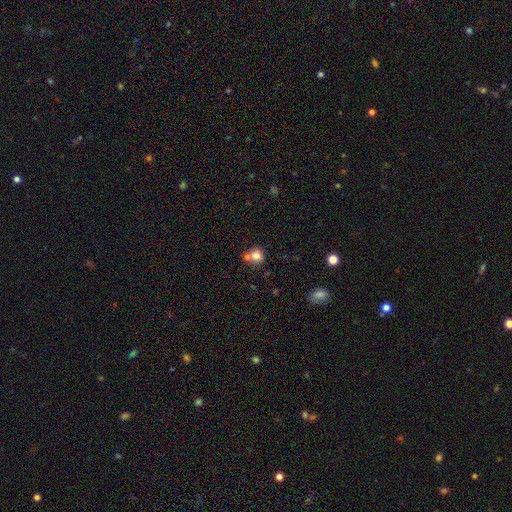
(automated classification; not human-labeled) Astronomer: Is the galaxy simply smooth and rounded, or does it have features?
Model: smooth — 80%.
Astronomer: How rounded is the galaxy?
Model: round — 73%.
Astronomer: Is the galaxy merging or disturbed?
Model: none — 45% (runner-up: merger, 35%).